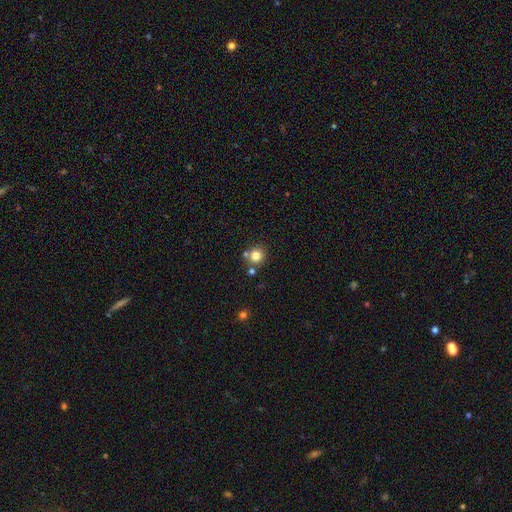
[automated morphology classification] This is clearly a smooth galaxy (80%). How rounded: clearly round (90%). Merging: likely none (72%).